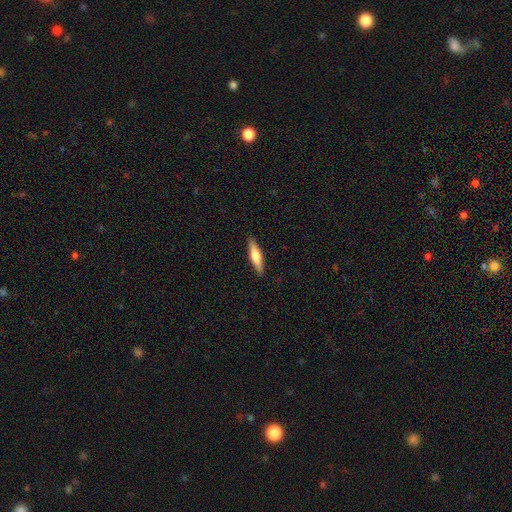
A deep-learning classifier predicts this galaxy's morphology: This appears to be a smooth galaxy with no disk features (63%) that is cigar-shaped (79%). Merging: none (90%).